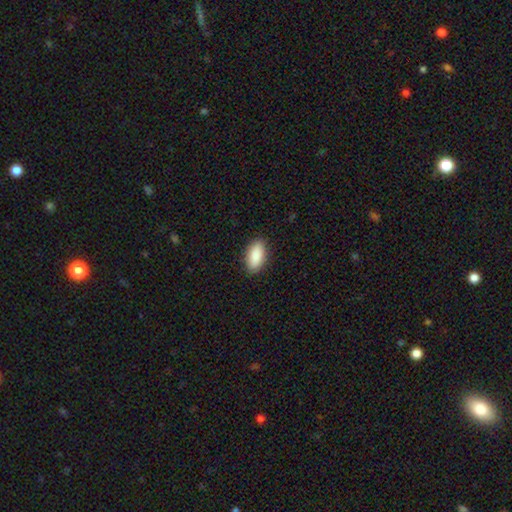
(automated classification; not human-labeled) Morphology: type=smooth (90%); roundness=in between (91%); merging=none (89%).